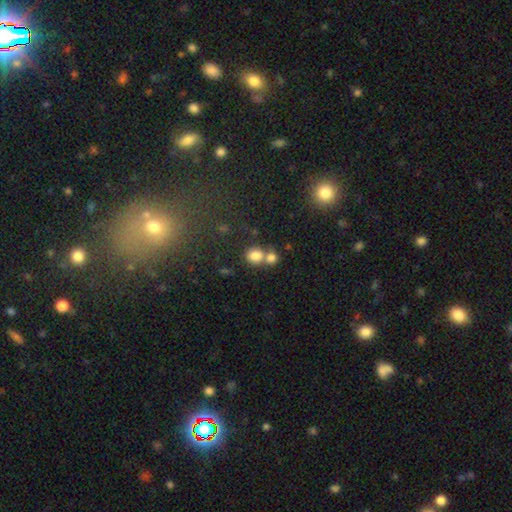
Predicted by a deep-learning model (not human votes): This appears to be a smooth galaxy with no disk features (79%) that is round (75%). Merging: merger (49%).